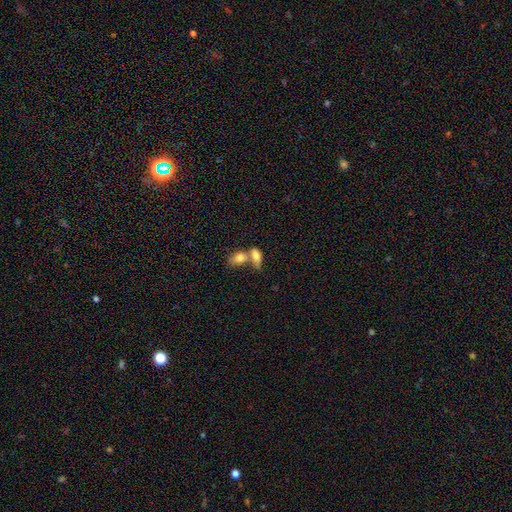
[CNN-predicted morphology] Smooth or featured?
  - smooth: 75% *
  - featured or disk: 18%
  - star or artifact: 8%
How rounded?
  - in between: 82% *
  - cigar-shaped: 10%
  - round: 8%
Merging?
  - merger: 66% *
  - none: 23%
  - minor disturbance: 7%
  - major disturbance: 4%